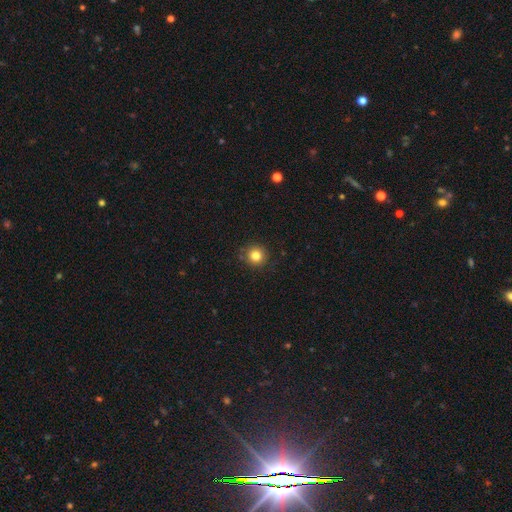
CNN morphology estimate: smooth_or_featured: smooth (p=0.82) [alt: star or artifact p=0.12]
how_rounded: round (p=0.93) [alt: in between p=0.07]
merging: none (p=0.87) [alt: minor disturbance p=0.09]